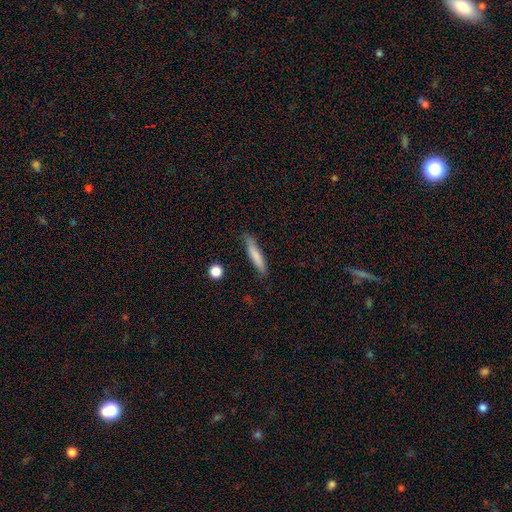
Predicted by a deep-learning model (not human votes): smooth 77%, featured or disk 16%, star or artifact 7%. Down the decision tree: how rounded — cigar-shaped (89%); merging — none (79%).